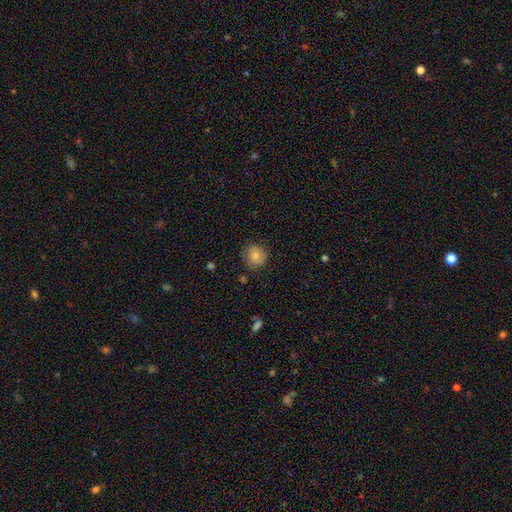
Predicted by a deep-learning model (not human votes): smooth 77%, featured or disk 15%, star or artifact 9%. Down the decision tree: how rounded — round (83%); merging — none (77%).